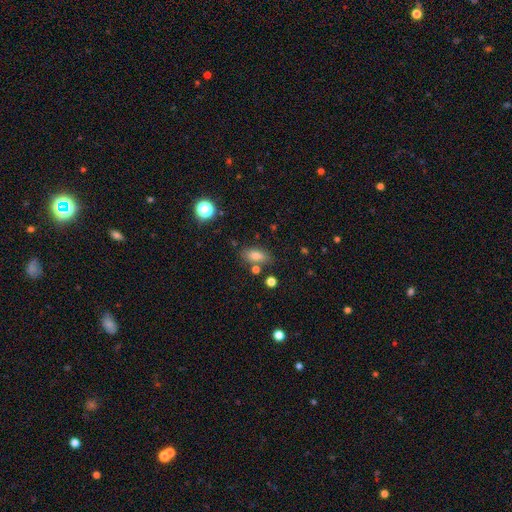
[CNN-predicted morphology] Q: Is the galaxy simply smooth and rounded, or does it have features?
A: smooth — 79%.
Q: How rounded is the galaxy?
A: in between — 82%.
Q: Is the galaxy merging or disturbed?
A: none — 74%.